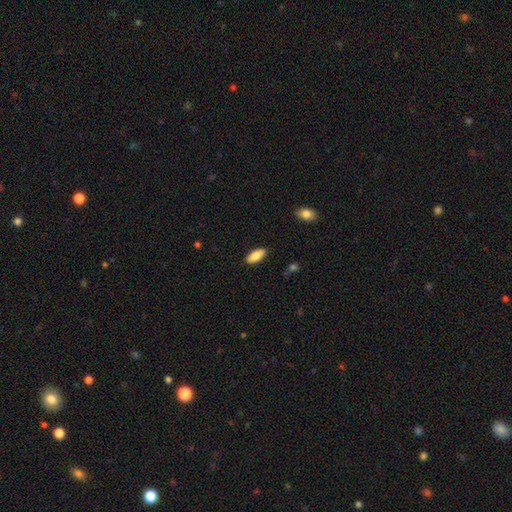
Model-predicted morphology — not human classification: This appears to be a smooth galaxy with no disk features (87%) that is in between round and cigar-shaped (87%). Merging: none (85%).